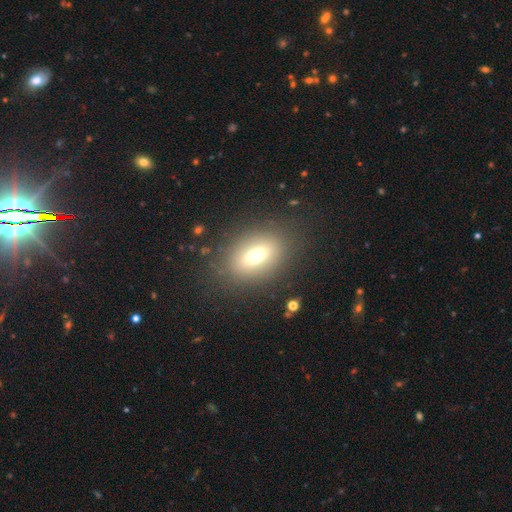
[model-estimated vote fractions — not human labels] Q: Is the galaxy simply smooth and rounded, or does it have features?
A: smooth — 63%.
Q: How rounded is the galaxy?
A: in between — 73%.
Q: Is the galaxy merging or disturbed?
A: none — 82%.